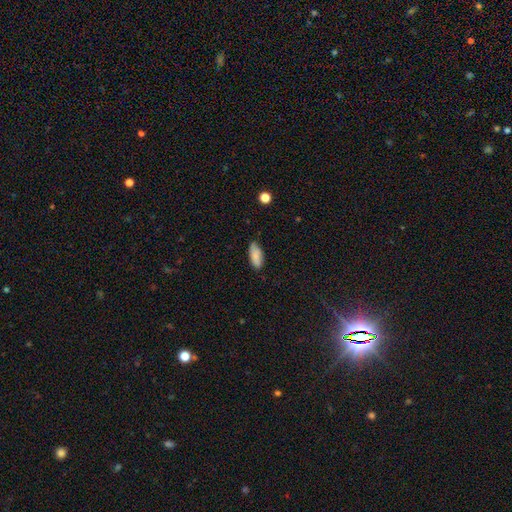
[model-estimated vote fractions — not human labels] This is clearly a smooth galaxy (83%). How rounded: clearly in between (85%). Merging: likely none (79%).